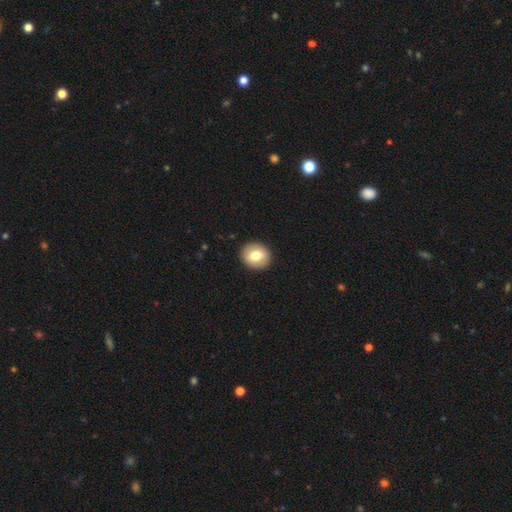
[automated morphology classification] type=smooth (76%); roundness=round (77%); merging=none (92%).